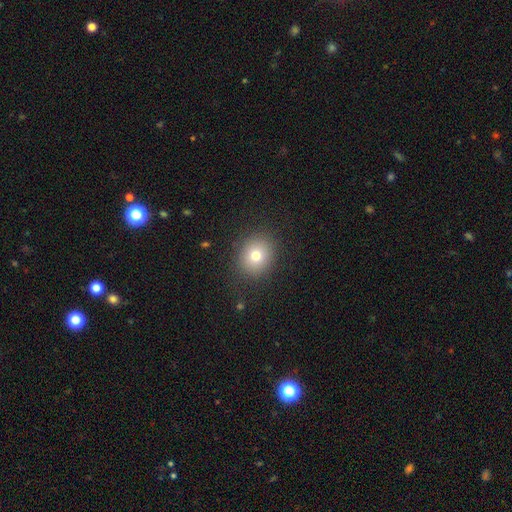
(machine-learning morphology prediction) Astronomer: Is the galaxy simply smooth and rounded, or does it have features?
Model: smooth — 75%.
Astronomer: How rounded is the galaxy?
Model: round — 75%.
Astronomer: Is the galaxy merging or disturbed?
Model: none — 87%.